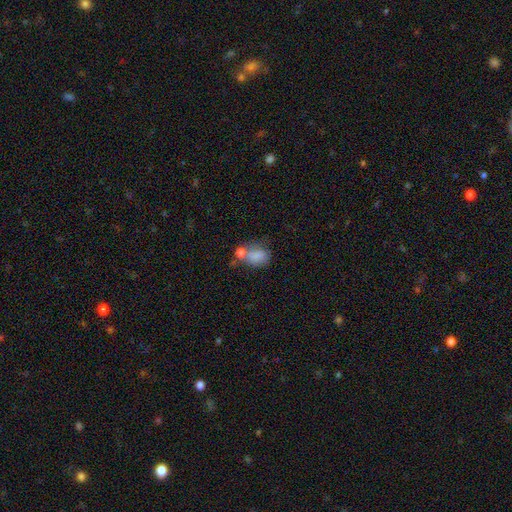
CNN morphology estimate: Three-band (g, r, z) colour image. It shows a smooth galaxy with no disk features (75%) that is in between round and cigar-shaped (68%). Merging: merger (36%).